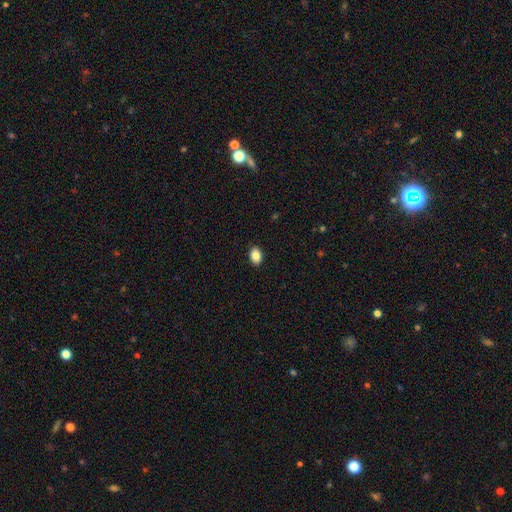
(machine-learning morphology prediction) A smooth galaxy with no disk features (86%) that is in between round and cigar-shaped (85%). Merging: none (90%).